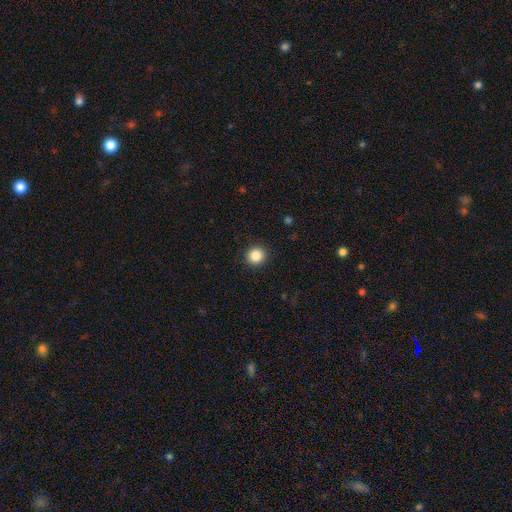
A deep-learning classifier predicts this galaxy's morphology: smooth_or_featured: smooth (p=0.85) [alt: star or artifact p=0.10]
how_rounded: round (p=0.92) [alt: in between p=0.07]
merging: none (p=0.92) [alt: minor disturbance p=0.05]